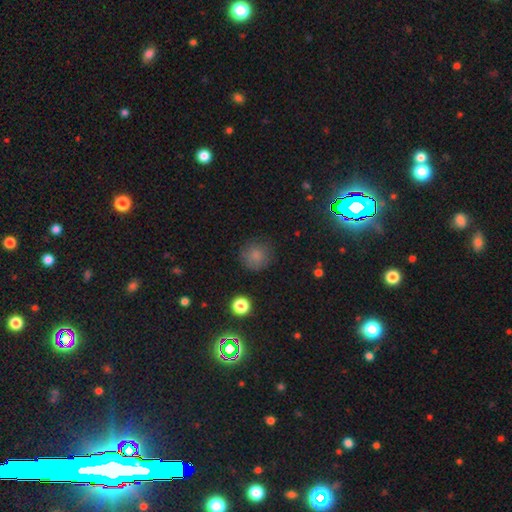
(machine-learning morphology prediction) Q: Smooth or featured?
A: smooth (81%); runner-up: star or artifact (12%)
Q: How rounded?
A: round (92%); runner-up: in between (7%)
Q: Merging?
A: none (81%); runner-up: minor disturbance (14%)